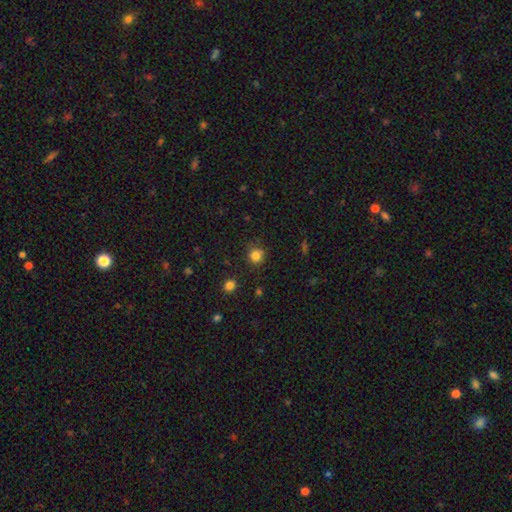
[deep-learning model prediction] Overall: smooth (82%). How rounded: round (89%). Merging: none (83%).